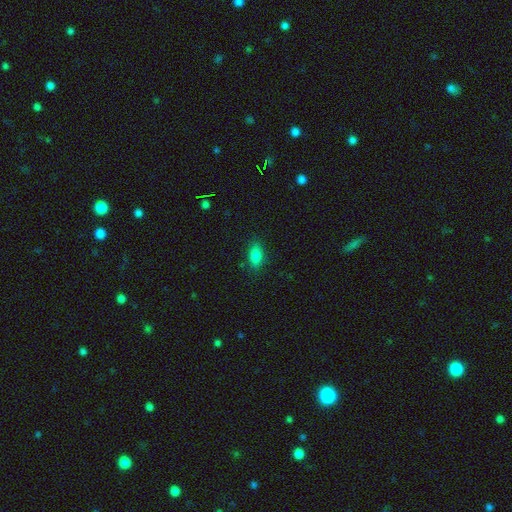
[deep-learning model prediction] Smooth or featured: smooth — 83% (star or artifact — 9%)
How rounded: in between — 86% (cigar-shaped — 8%)
Merging: none — 85% (minor disturbance — 11%)